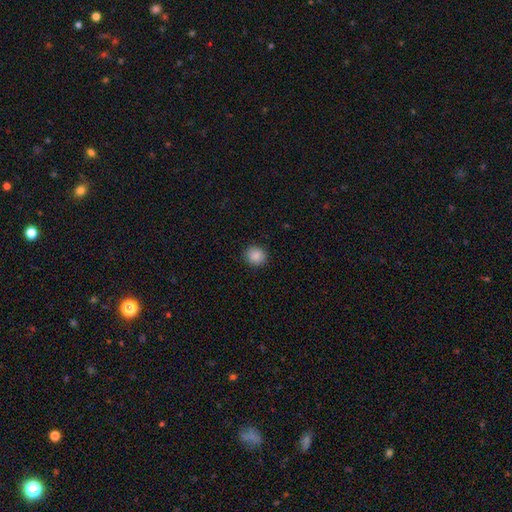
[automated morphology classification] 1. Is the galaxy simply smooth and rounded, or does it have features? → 88% smooth, 9% star or artifact, 3% featured or disk.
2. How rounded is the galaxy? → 89% round, 10% in between, 1% cigar-shaped.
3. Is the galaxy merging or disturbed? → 91% none, 6% minor disturbance, 2% major disturbance, 1% merger.